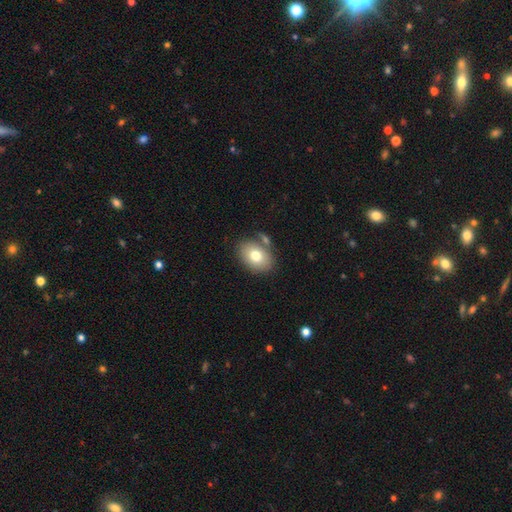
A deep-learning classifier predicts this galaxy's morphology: Overall: smooth (76%). How rounded: in between (76%). Merging: none (72%).